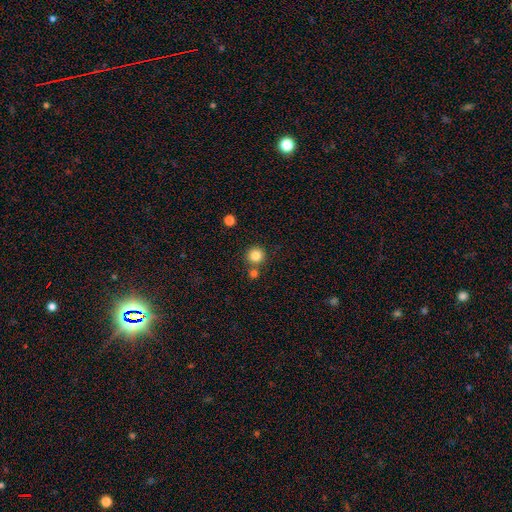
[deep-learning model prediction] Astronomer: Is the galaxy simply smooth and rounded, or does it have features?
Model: smooth — 84%.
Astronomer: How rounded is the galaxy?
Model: round — 94%.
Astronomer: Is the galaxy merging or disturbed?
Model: none — 76%.